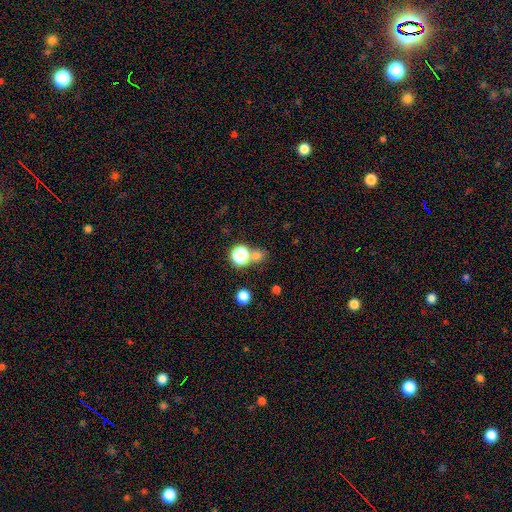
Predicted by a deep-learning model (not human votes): smooth 66%, star or artifact 27%, featured or disk 7%. Down the decision tree: how rounded — round (83%); merging — none (62%).